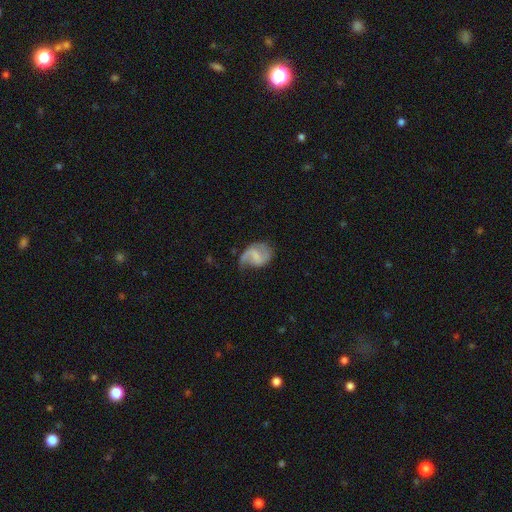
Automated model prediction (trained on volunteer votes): featured or disk 72%, smooth 21%, star or artifact 7%. Down the decision tree: edge-on disk — no (98%); bar — weak (52%); spiral arms — yes (91%); spiral arm count — 2 (71%); spiral winding — loose (46%); bulge size — none (49%); merging — none (48%).